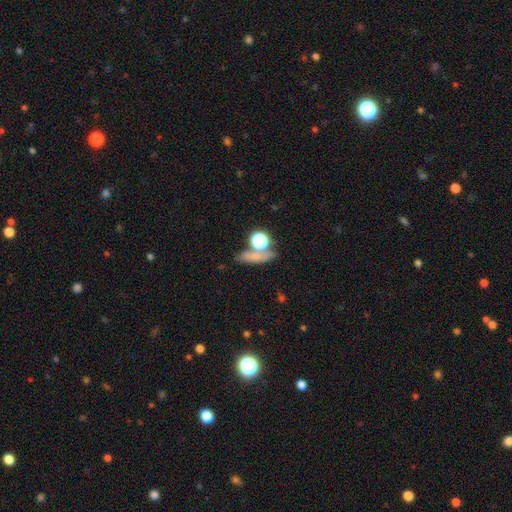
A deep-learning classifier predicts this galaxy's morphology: Q: Smooth or featured?
A: smooth (60%); runner-up: star or artifact (25%)
Q: How rounded?
A: round (38%); runner-up: cigar-shaped (33%)
Q: Merging?
A: none (61%); runner-up: merger (18%)